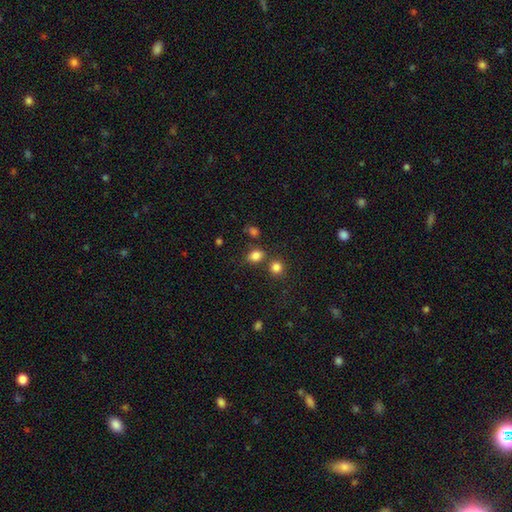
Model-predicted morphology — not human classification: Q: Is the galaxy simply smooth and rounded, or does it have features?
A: smooth — 82%.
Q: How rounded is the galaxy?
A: round — 50%.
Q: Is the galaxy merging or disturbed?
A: none — 67%.